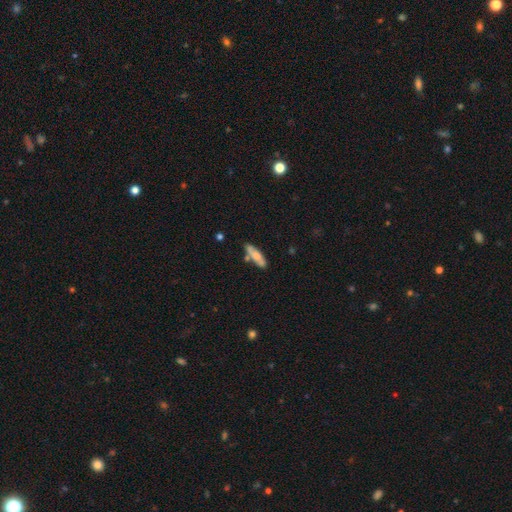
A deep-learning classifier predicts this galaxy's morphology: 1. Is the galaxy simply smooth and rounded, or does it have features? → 65% smooth, 29% featured or disk, 6% star or artifact.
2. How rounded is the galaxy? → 62% cigar-shaped, 36% in between, 2% round.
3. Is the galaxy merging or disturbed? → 66% none, 18% minor disturbance, 12% merger, 4% major disturbance.